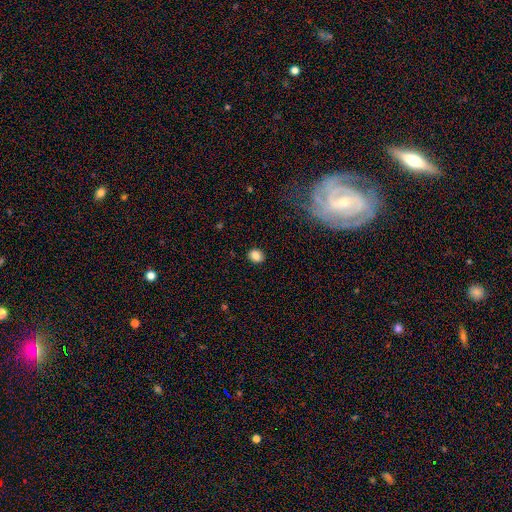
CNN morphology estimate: Q: Smooth or featured?
A: smooth (83%); runner-up: star or artifact (10%)
Q: How rounded?
A: round (55%); runner-up: in between (44%)
Q: Merging?
A: none (88%); runner-up: minor disturbance (9%)